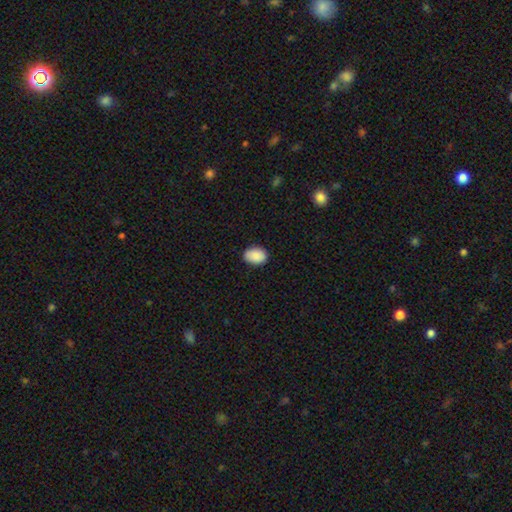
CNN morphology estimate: Smooth or featured: smooth — 90% (star or artifact — 7%)
How rounded: in between — 80% (round — 19%)
Merging: none — 85% (minor disturbance — 12%)